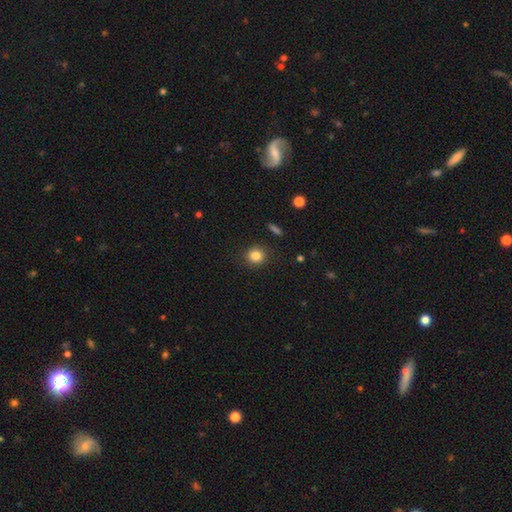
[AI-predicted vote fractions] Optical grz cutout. It shows a smooth galaxy with no disk features (83%) that is round (85%). Merging: none (88%).